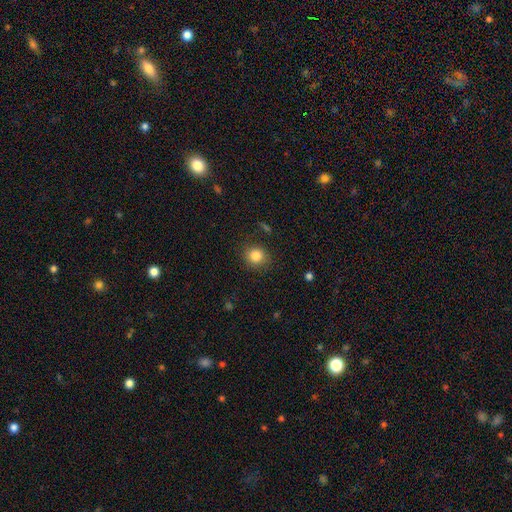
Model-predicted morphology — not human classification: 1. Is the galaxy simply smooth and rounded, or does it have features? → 83% smooth, 11% star or artifact, 6% featured or disk.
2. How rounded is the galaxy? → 85% round, 14% in between, 1% cigar-shaped.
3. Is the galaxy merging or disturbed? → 86% none, 9% minor disturbance, 3% major disturbance, 1% merger.